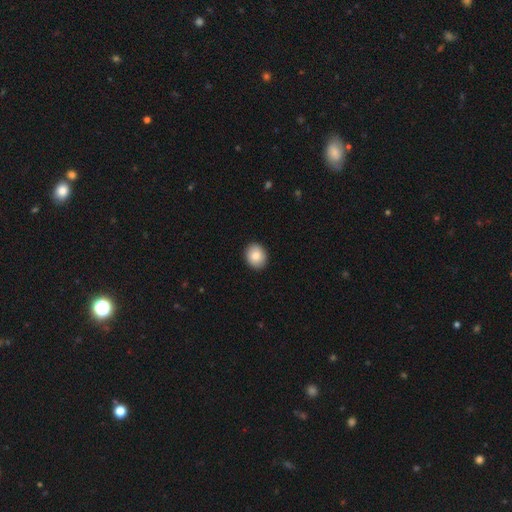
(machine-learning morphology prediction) This appears to be a smooth galaxy with no disk features (84%) that is round (68%). Merging: none (91%).